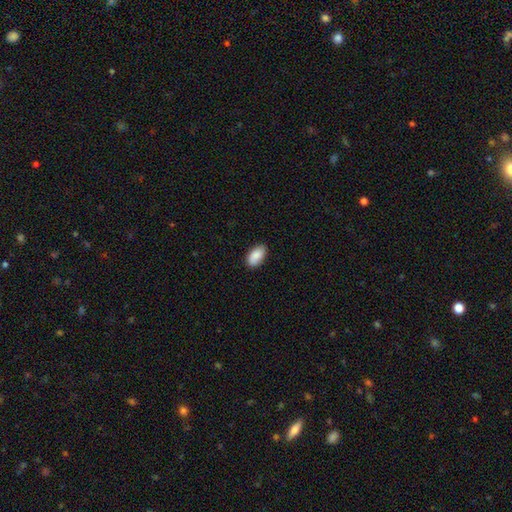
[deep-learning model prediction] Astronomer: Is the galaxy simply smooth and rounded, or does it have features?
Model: smooth — 88%.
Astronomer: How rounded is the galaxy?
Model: in between — 94%.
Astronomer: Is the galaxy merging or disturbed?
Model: none — 86%.